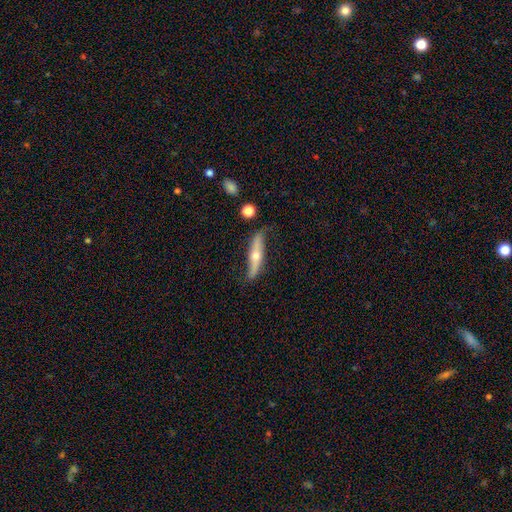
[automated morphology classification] Smooth or featured? Predicted: featured or disk (p=0.68). Edge-on disk? Predicted: yes (p=0.68). Merging? Predicted: none (p=0.69).